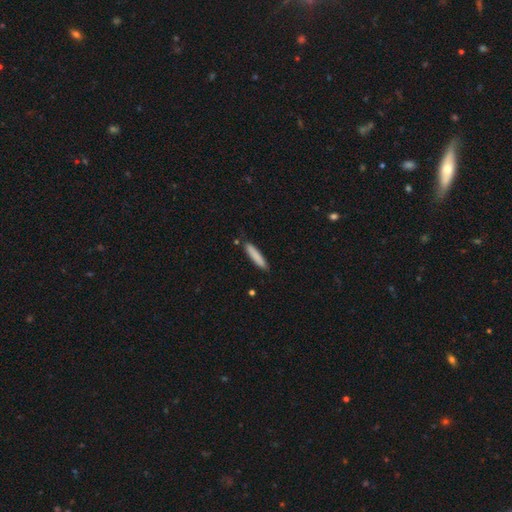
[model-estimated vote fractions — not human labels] Smooth or featured? smooth (84%)
How rounded? cigar-shaped (90%)
Merging? none (84%)